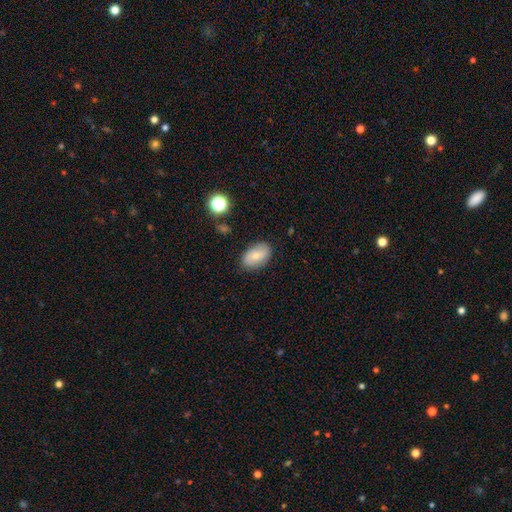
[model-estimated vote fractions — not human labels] Q: Smooth or featured?
A: smooth (70%); runner-up: featured or disk (22%)
Q: How rounded?
A: in between (91%); runner-up: round (7%)
Q: Merging?
A: none (83%); runner-up: minor disturbance (13%)